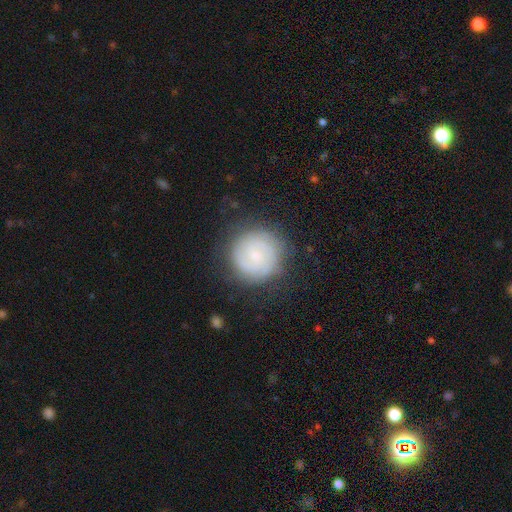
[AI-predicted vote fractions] Smooth or featured? featured or disk (55%)
Edge-on disk? no (98%)
Bar? no (65%)
Spiral arms? yes (86%)
Bulge size? small (74%)
Merging? none (82%)